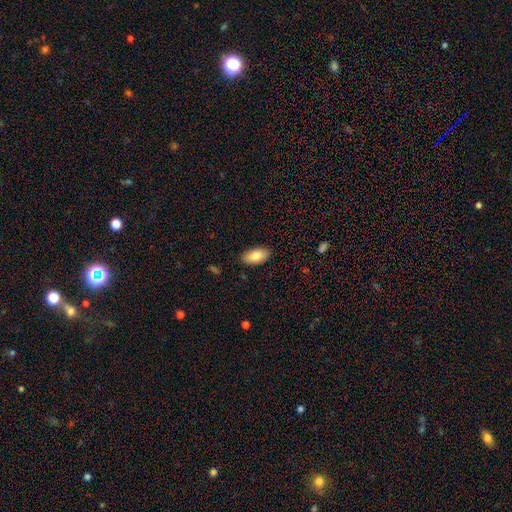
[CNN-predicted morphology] This is clearly a smooth galaxy (85%). How rounded: clearly in between (94%). Merging: clearly none (87%).